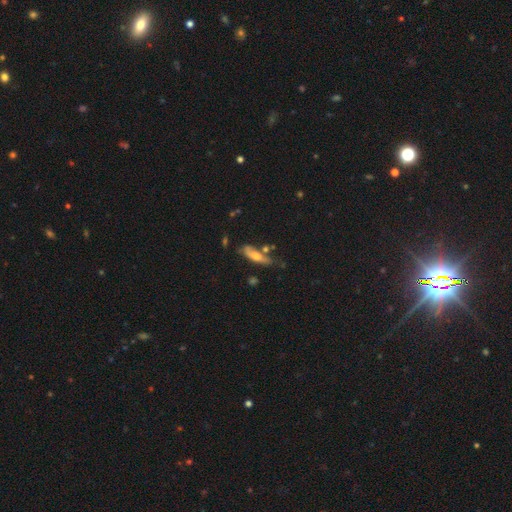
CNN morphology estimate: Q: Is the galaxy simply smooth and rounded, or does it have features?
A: smooth — 50%.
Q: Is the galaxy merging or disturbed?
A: none — 51%.